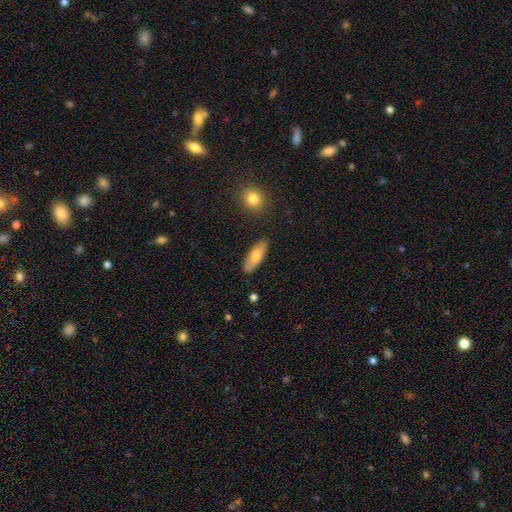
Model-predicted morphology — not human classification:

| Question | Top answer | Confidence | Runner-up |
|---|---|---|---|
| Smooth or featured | smooth | 74% | featured or disk (19%) |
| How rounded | in between | 69% | cigar-shaped (28%) |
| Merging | none | 80% | minor disturbance (14%) |